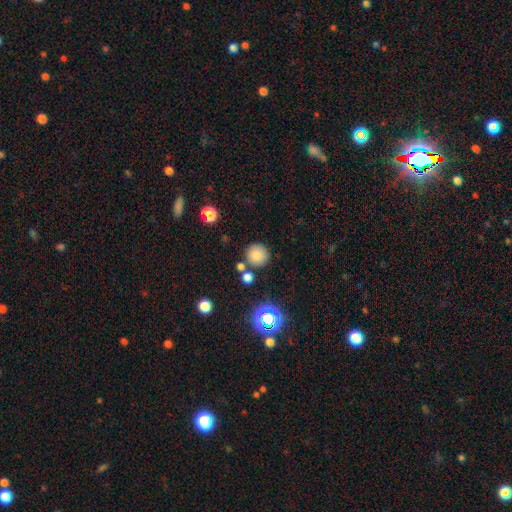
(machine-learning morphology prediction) type=smooth (78%); roundness=round (93%); merging=none (79%).